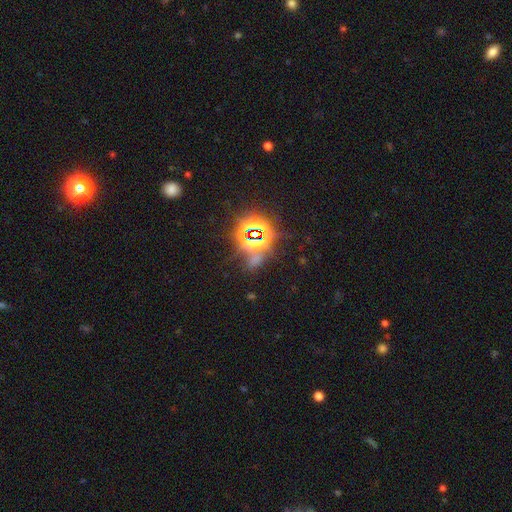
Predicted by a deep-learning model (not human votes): A star or artifact, not a galaxy (75%).

Vote fractions:
- Smooth or featured? star or artifact: 75% / smooth: 16% / featured or disk: 9%